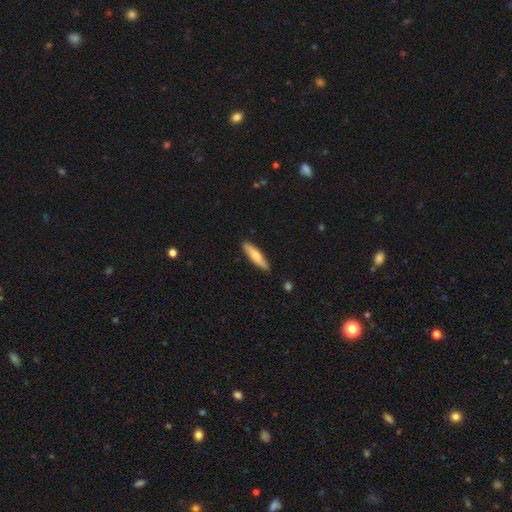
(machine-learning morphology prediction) Smooth or featured?
  - smooth: 68% *
  - featured or disk: 27%
  - star or artifact: 5%
How rounded?
  - cigar-shaped: 78% *
  - in between: 21%
  - round: 2%
Merging?
  - none: 88% *
  - minor disturbance: 9%
  - major disturbance: 2%
  - merger: 1%